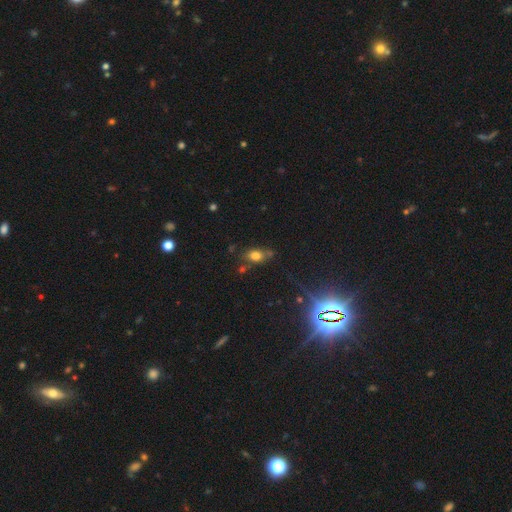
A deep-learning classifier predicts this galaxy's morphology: Smooth or featured?
  - smooth: 74% *
  - star or artifact: 15%
  - featured or disk: 11%
How rounded?
  - in between: 73% *
  - round: 24%
  - cigar-shaped: 4%
Merging?
  - none: 63% *
  - minor disturbance: 19%
  - merger: 11%
  - major disturbance: 6%